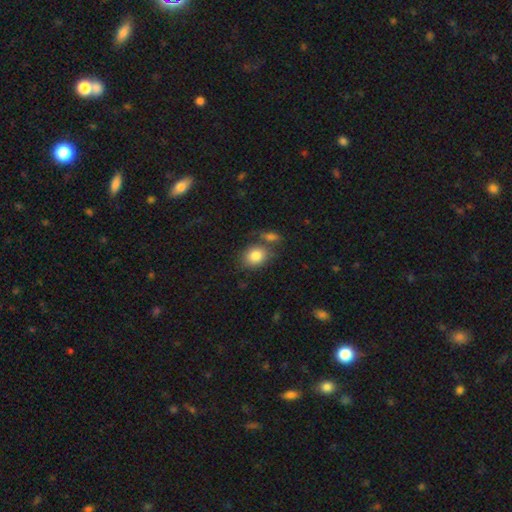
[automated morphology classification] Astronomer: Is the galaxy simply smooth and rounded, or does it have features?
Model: smooth — 84%.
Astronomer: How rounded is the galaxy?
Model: in between — 54% (runner-up: round, 45%).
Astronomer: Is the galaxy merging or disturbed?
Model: none — 59%.